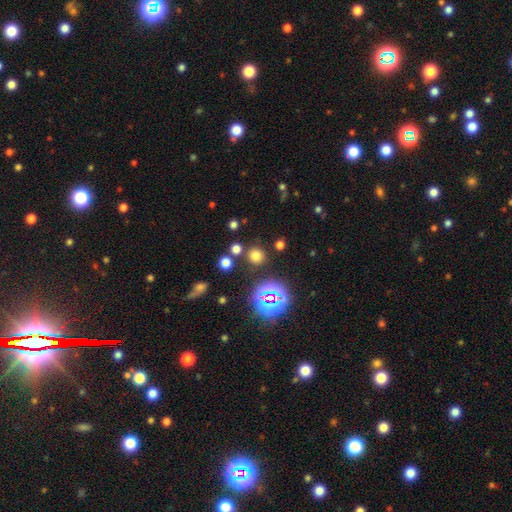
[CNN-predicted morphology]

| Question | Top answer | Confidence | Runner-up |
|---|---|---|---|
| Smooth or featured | smooth | 66% | star or artifact (28%) |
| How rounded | round | 90% | in between (9%) |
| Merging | none | 84% | minor disturbance (7%) |